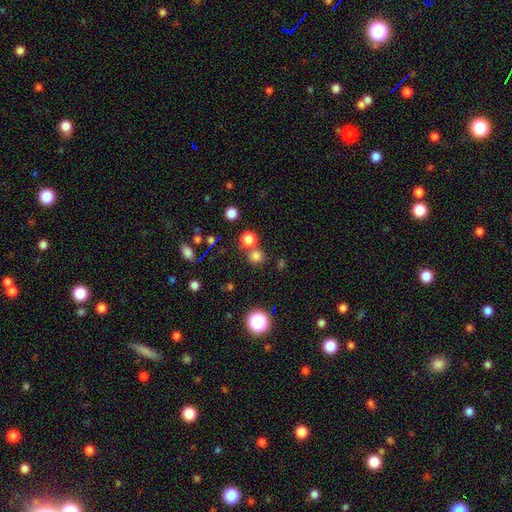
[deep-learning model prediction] This appears to be a smooth galaxy with no disk features (75%) that is round (90%). Merging: none (70%).